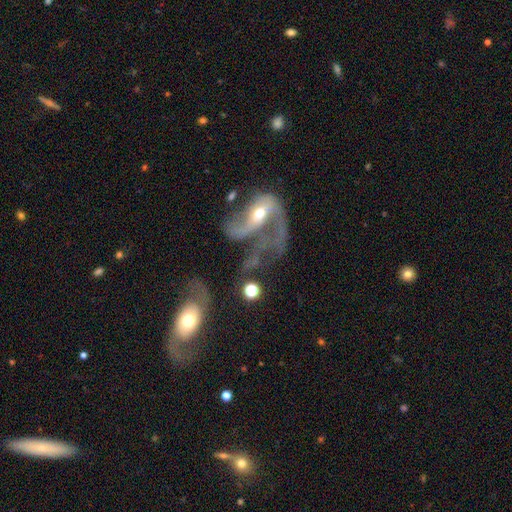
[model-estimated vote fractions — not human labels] Smooth or featured?
  - featured or disk: 77% *
  - smooth: 13%
  - star or artifact: 10%
Edge-on disk?
  - no: 95% *
  - yes: 5%
Bar?
  - no: 52% *
  - weak: 31%
  - strong: 17%
Spiral arms?
  - yes: 80% *
  - no: 20%
Spiral winding?
  - loose: 57% *
  - medium: 32%
  - tight: 11%
Spiral arm count?
  - 2: 53% *
  - 1: 19%
  - can't tell: 15%
  - 3: 7%
  - 4: 3%
  - more than 4: 3%
Bulge size?
  - moderate: 53% *
  - small: 38%
  - large: 4%
  - none: 3%
  - dominant: 2%
Merging?
  - major disturbance: 46% *
  - merger: 22%
  - none: 19%
  - minor disturbance: 13%